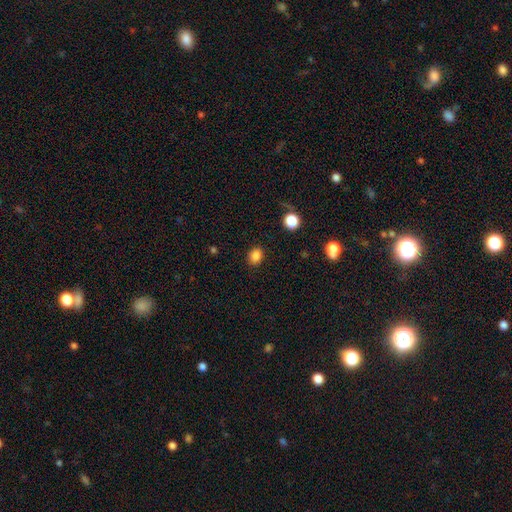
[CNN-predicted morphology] This is clearly a smooth galaxy (85%). How rounded: possibly round (54%). Merging: clearly none (88%).